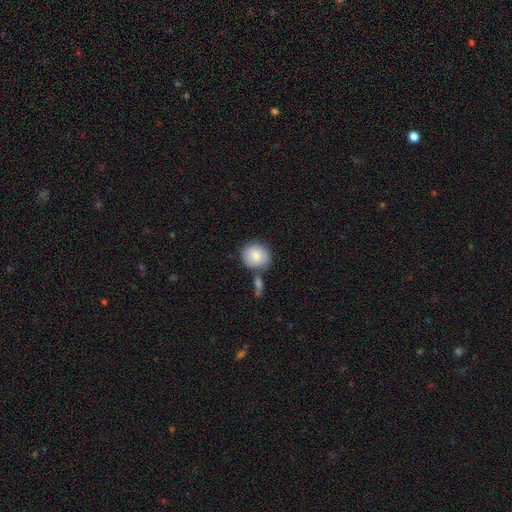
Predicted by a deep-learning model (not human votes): Morphology: type=smooth (83%); roundness=round (82%); merging=none (62%).